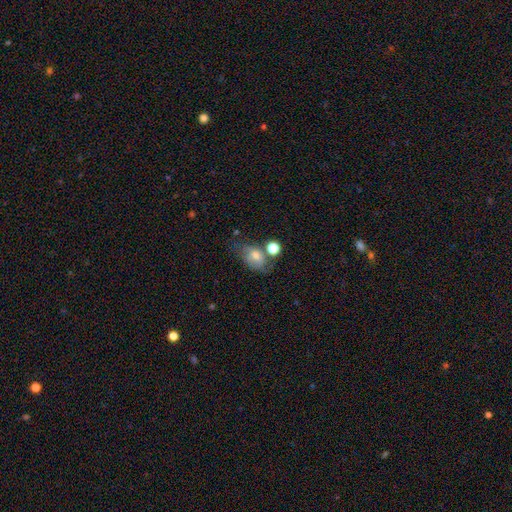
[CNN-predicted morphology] A smooth galaxy with no disk features (55%) that is in between round and cigar-shaped (71%). Merging: none (42%).